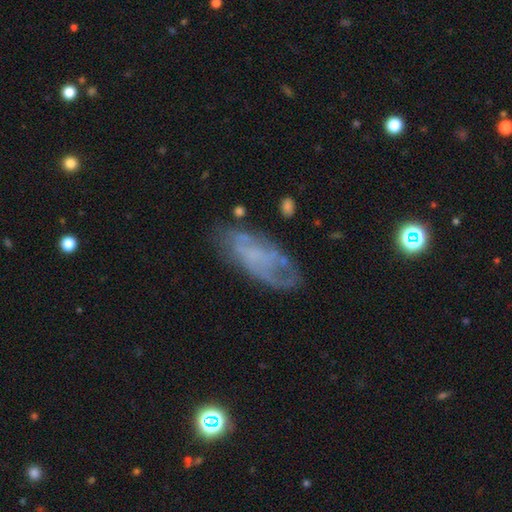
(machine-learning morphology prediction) Smooth or featured? featured or disk (59%)
Edge-on disk? no (90%)
Bar? no (76%)
Spiral arms? yes (55%)
Bulge size? none (67%)
Merging? none (59%)